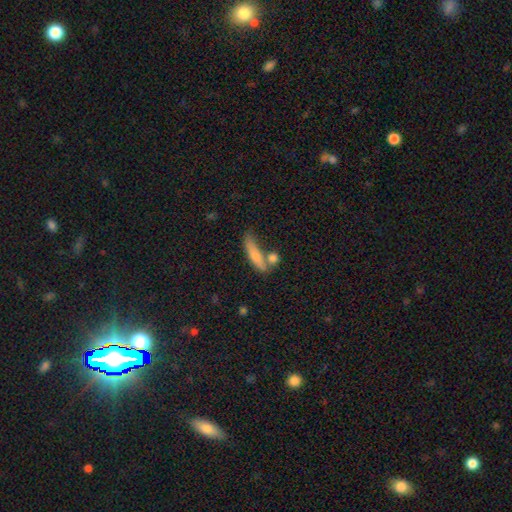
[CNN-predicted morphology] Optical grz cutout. It shows a smooth galaxy with no disk features (75%) that is cigar-shaped (73%). Merging: none (50%).